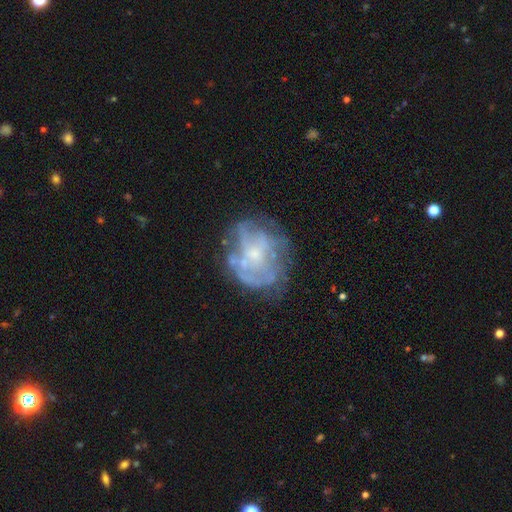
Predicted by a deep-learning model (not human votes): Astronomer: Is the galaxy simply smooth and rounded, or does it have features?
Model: featured or disk — 67%.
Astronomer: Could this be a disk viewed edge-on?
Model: no — 97%.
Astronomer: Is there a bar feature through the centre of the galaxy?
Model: no — 78%.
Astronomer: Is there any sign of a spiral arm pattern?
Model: no — 57% (runner-up: yes, 43%).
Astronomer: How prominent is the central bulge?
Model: small — 52% (runner-up: moderate, 31%).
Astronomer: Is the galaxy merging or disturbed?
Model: none — 61%.